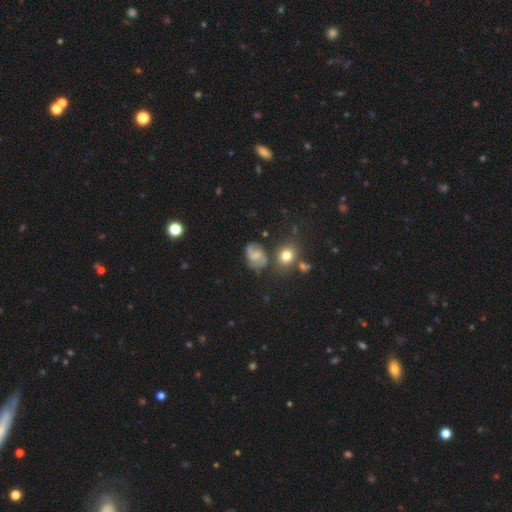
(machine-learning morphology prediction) smooth-or-featured: featured or disk: 60% | smooth: 30% | star or artifact: 10%
  disk-edge-on: no: 97% | yes: 3%
    bar: no: 50% | weak: 42% | strong: 8%
    has-spiral-arms: yes: 88% | no: 12%
      spiral-winding: medium: 50% | loose: 28% | tight: 22%
      spiral-arm-count: 2: 78% | can't tell: 10% | 3: 6% | 1: 2% | 4: 2% | more than 4: 2%
    bulge-size: small: 50% | moderate: 26% | none: 20% | large: 3% | dominant: 2%
  merging: none: 62% | minor disturbance: 22% | major disturbance: 9% | merger: 7%